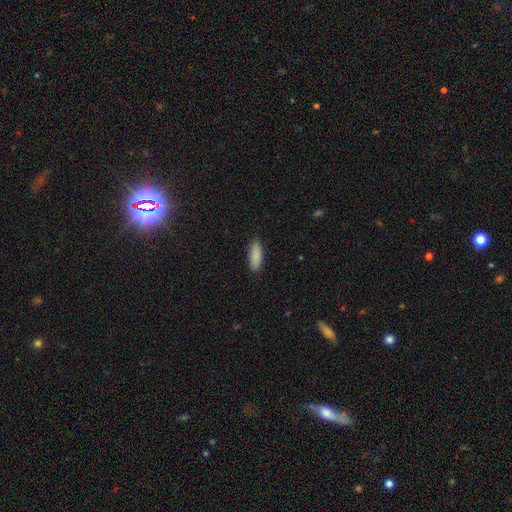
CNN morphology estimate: Smooth or featured? smooth (89%)
How rounded? in between (69%)
Merging? none (86%)